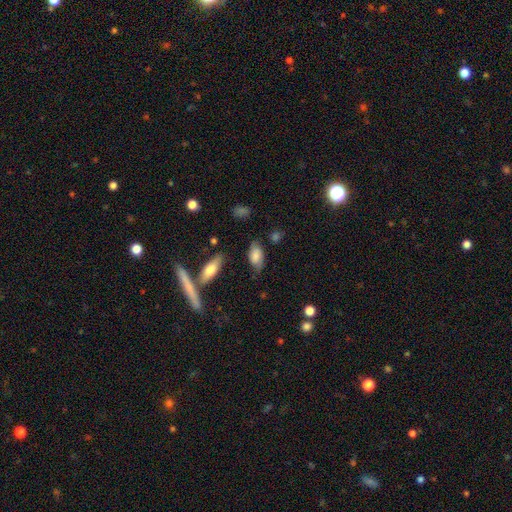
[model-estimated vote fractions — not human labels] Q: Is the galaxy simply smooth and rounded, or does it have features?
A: smooth — 69%.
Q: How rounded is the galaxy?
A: in between — 91%.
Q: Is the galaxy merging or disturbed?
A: none — 70%.